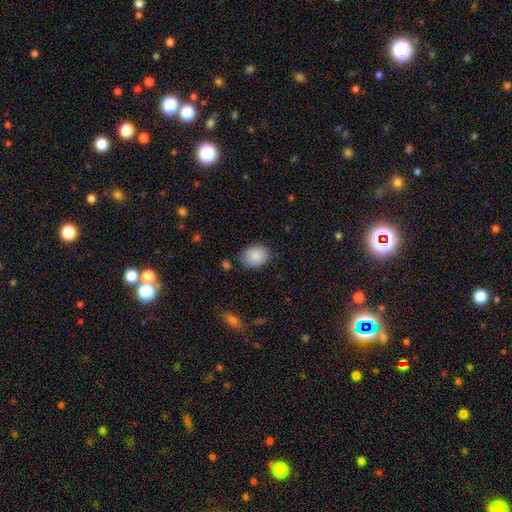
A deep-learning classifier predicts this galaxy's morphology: This is clearly a smooth galaxy (88%). How rounded: possibly in between (59%). Merging: likely none (79%).